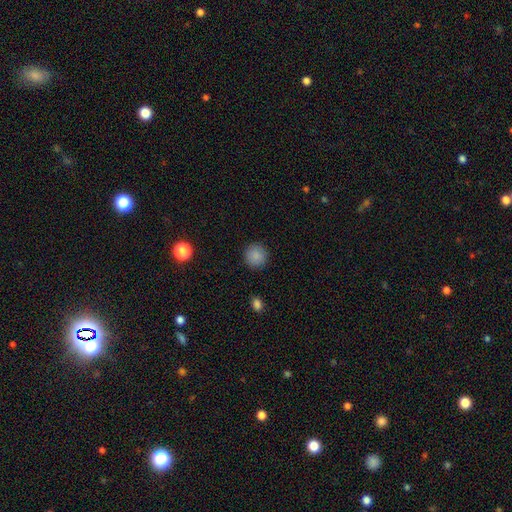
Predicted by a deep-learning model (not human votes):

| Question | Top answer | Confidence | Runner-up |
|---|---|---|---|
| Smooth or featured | smooth | 87% | star or artifact (9%) |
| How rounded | round | 93% | in between (6%) |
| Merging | none | 90% | minor disturbance (7%) |